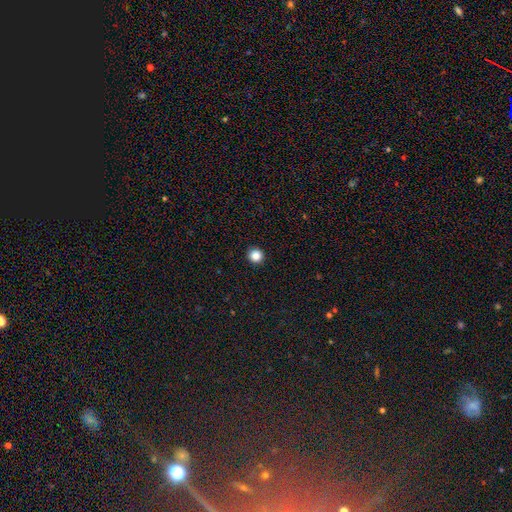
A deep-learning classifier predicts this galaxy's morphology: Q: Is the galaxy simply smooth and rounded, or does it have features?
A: smooth — 86%.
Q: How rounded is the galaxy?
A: round — 95%.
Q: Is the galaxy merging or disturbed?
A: none — 94%.